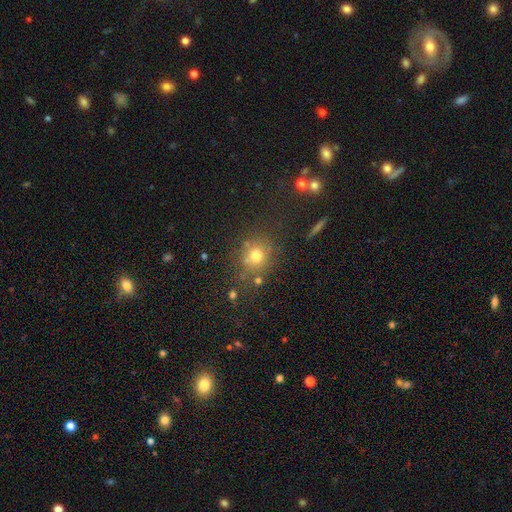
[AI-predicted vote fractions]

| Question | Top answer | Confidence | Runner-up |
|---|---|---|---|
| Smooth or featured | smooth | 72% | star or artifact (18%) |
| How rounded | round | 83% | in between (15%) |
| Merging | none | 76% | minor disturbance (12%) |